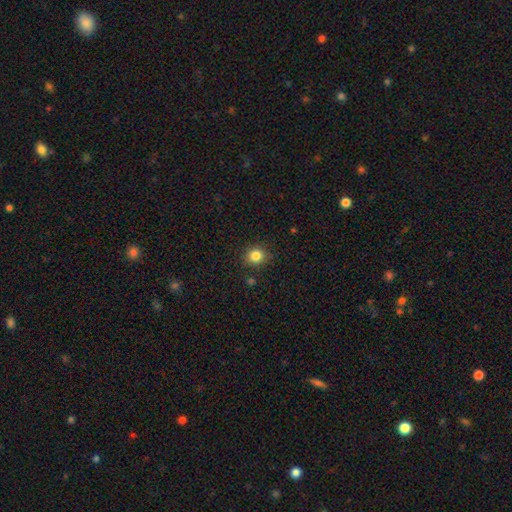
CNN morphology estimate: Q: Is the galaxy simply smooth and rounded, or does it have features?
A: smooth — 83%.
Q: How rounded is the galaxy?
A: round — 84%.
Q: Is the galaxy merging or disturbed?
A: none — 88%.